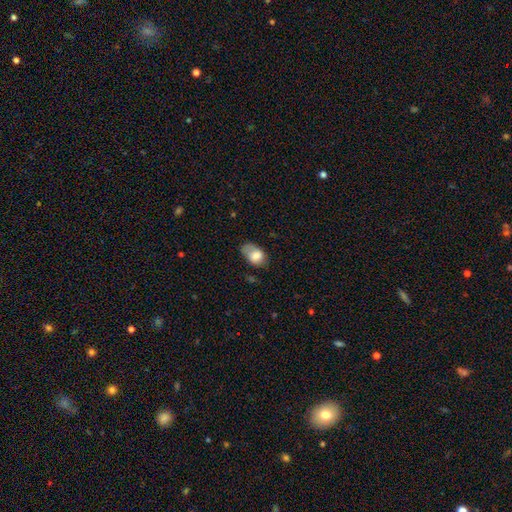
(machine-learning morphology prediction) The model was most divided on "merging": none: 42%, minor disturbance: 37%, major disturbance: 18%, merger: 3%. More confident: how rounded — in between (84%); smooth or featured — smooth (76%).